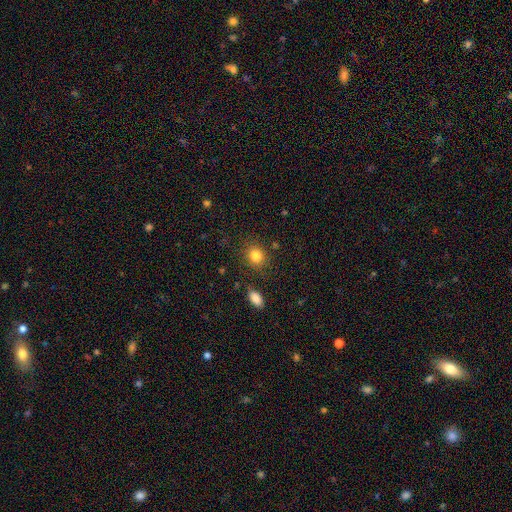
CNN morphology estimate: A smooth galaxy with no disk features (84%) that is round (70%). Merging: none (83%).